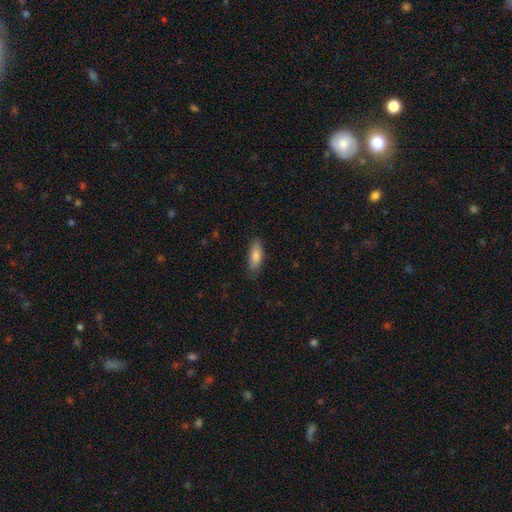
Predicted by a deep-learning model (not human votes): A smooth galaxy with no disk features (81%) that is in between round and cigar-shaped (65%).

Vote fractions:
- Smooth or featured? smooth: 81% / featured or disk: 12% / star or artifact: 7%
- How rounded? in between: 65% / cigar-shaped: 33% / round: 2%
- Merging? none: 79% / minor disturbance: 17% / major disturbance: 3% / merger: 1%